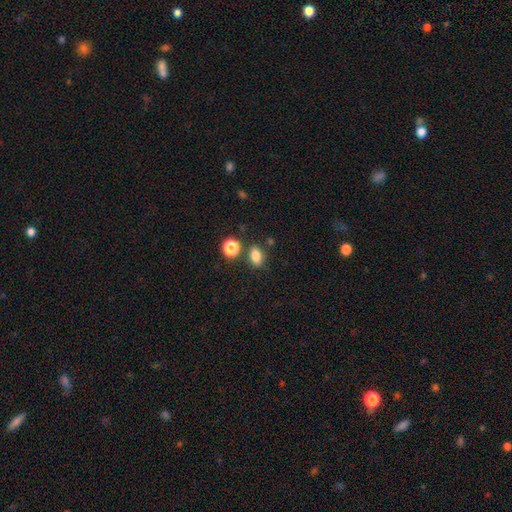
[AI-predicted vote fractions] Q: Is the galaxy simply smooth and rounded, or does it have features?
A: smooth — 83%.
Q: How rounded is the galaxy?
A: in between — 75%.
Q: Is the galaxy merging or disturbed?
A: none — 76%.